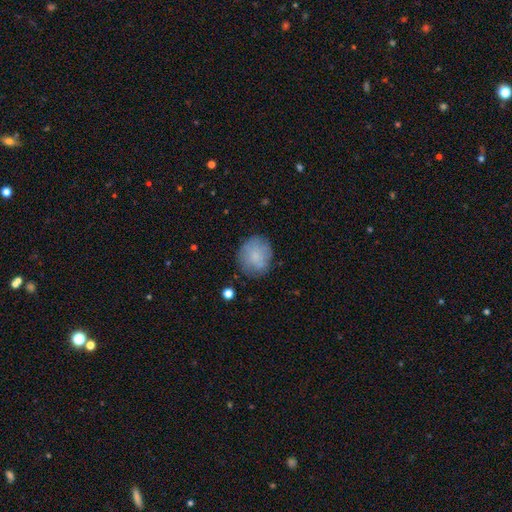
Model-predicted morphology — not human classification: Smooth or featured: smooth — 73% (featured or disk — 19%)
How rounded: round — 71% (in between — 28%)
Merging: none — 73% (minor disturbance — 19%)